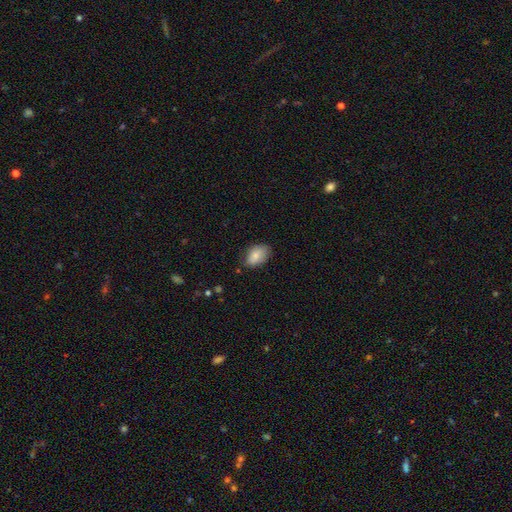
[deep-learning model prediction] This is likely a smooth galaxy (80%). How rounded: clearly in between (87%). Merging: likely none (69%).